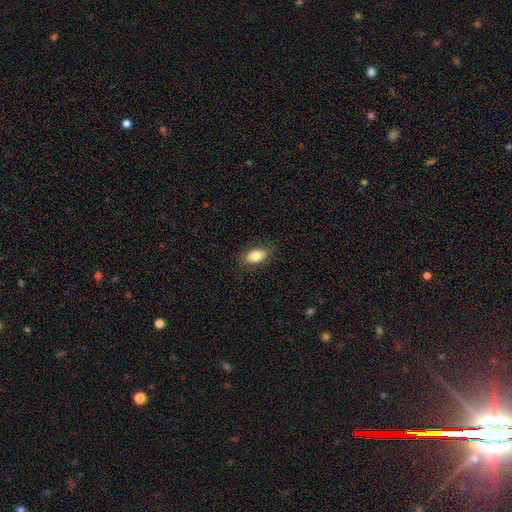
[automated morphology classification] A smooth galaxy with no disk features (81%) that is in between round and cigar-shaped (90%).

Vote fractions:
- Smooth or featured? smooth: 81% / featured or disk: 11% / star or artifact: 8%
- How rounded? in between: 90% / round: 6% / cigar-shaped: 3%
- Merging? none: 85% / minor disturbance: 11% / major disturbance: 3% / merger: 1%